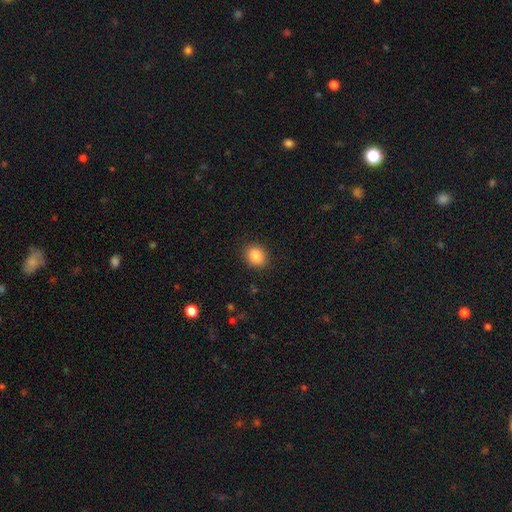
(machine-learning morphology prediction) Smooth or featured: smooth — 86% (star or artifact — 9%)
How rounded: round — 60% (in between — 39%)
Merging: none — 89% (minor disturbance — 8%)